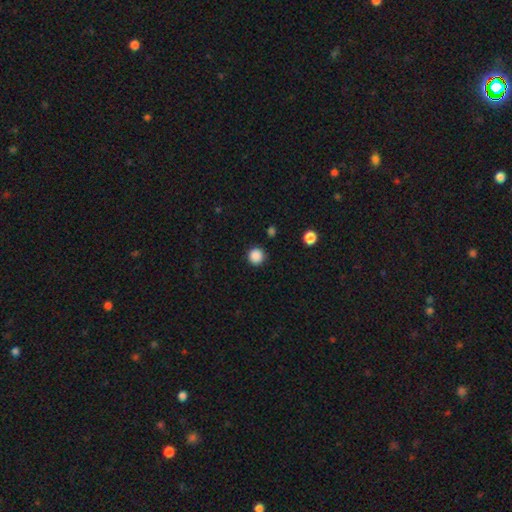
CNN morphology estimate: This is clearly a smooth galaxy (87%). How rounded: clearly round (95%). Merging: clearly none (90%).